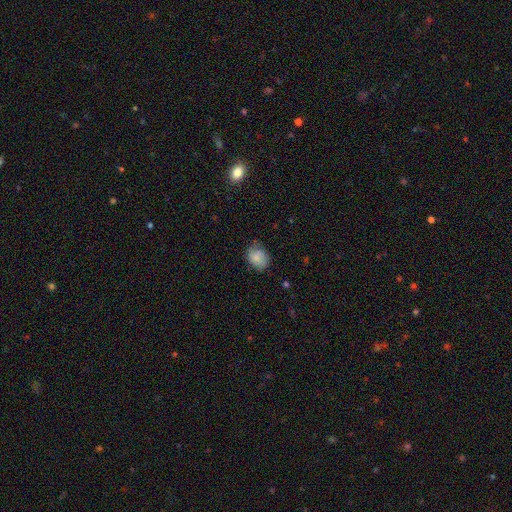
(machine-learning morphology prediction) Smooth or featured? smooth (81%)
How rounded? in between (61%)
Merging? none (66%)